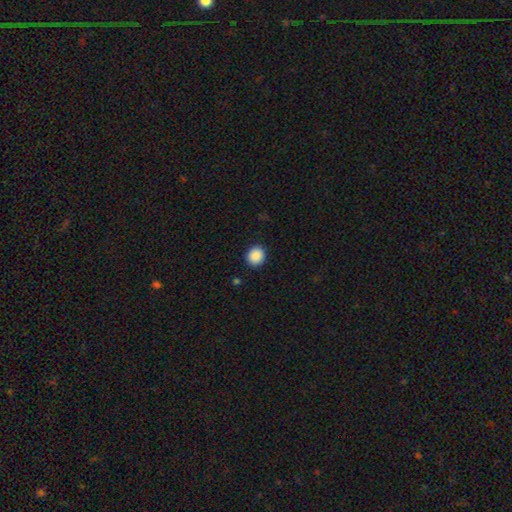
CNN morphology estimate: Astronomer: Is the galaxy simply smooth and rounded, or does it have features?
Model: smooth — 89%.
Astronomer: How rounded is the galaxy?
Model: round — 85%.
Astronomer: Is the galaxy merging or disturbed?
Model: none — 91%.